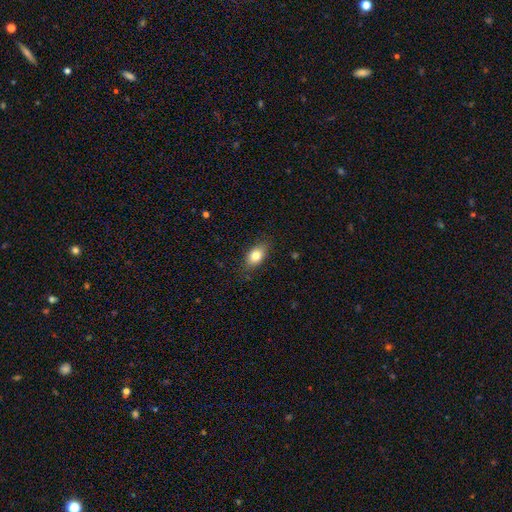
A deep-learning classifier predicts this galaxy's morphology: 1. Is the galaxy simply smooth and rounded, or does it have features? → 81% smooth, 11% featured or disk, 8% star or artifact.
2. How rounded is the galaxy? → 86% in between, 11% round, 3% cigar-shaped.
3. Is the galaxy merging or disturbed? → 82% none, 14% minor disturbance, 3% major disturbance, 1% merger.